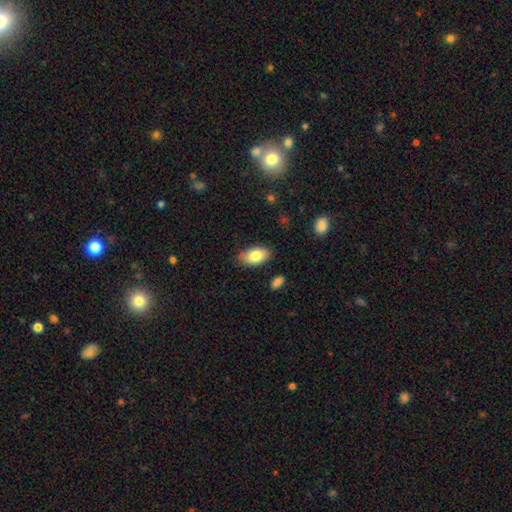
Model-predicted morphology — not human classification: This appears to be a smooth galaxy with no disk features (81%) that is in between round and cigar-shaped (94%). Merging: none (81%).